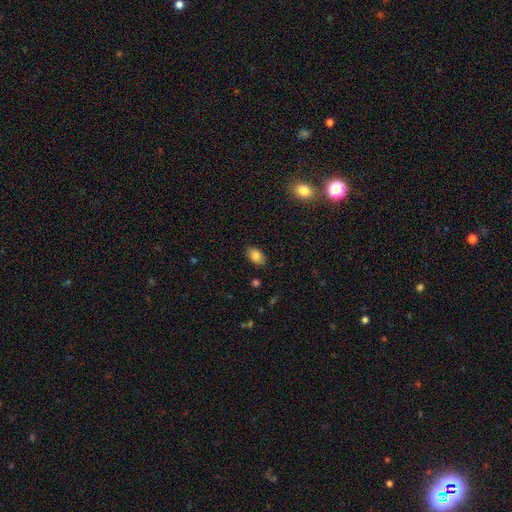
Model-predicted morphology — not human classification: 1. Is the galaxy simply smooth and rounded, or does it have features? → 84% smooth, 9% star or artifact, 7% featured or disk.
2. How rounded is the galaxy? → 86% in between, 12% round, 1% cigar-shaped.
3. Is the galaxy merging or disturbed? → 83% none, 13% minor disturbance, 3% major disturbance, 1% merger.